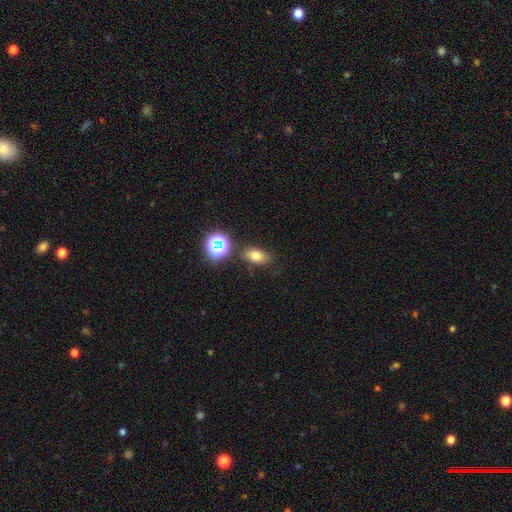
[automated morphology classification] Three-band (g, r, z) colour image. It shows a smooth galaxy with no disk features (72%) that is in between round and cigar-shaped (80%). Merging: none (78%).